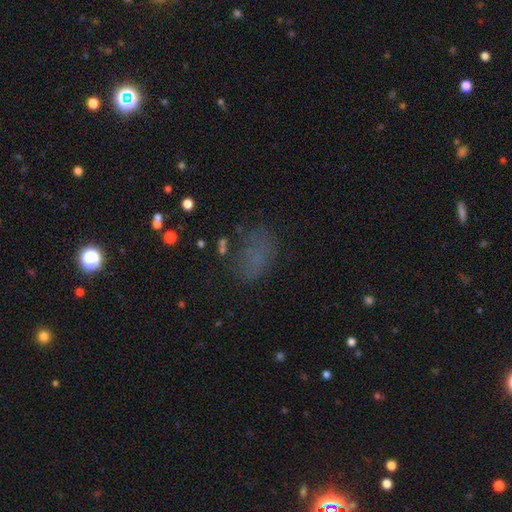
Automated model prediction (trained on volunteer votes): smooth-or-featured: smooth: 58% | star or artifact: 27% | featured or disk: 15%
  how-rounded: in between: 80% | round: 17% | cigar-shaped: 3%
  merging: none: 58% | minor disturbance: 20% | major disturbance: 17% | merger: 4%